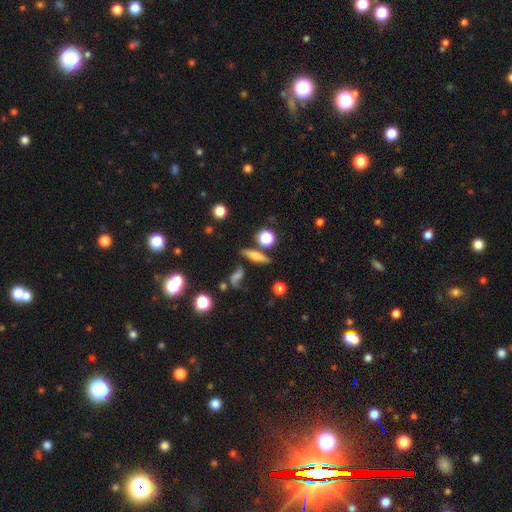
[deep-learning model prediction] Smooth or featured? Predicted: smooth (p=0.52). How rounded? Predicted: cigar-shaped (p=0.57). Merging? Predicted: none (p=0.73).